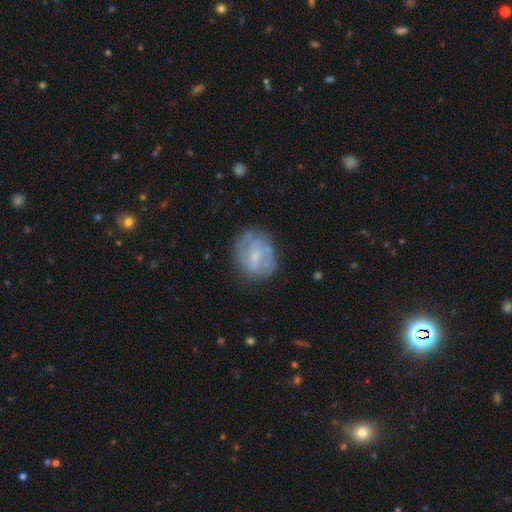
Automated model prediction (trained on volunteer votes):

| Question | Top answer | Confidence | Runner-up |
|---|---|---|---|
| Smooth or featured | featured or disk | 57% | smooth (35%) |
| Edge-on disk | no | 97% | yes (3%) |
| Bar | weak | 45% | no (44%) |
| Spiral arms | yes | 54% | no (46%) |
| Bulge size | small | 63% | moderate (24%) |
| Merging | none | 68% | minor disturbance (20%) |